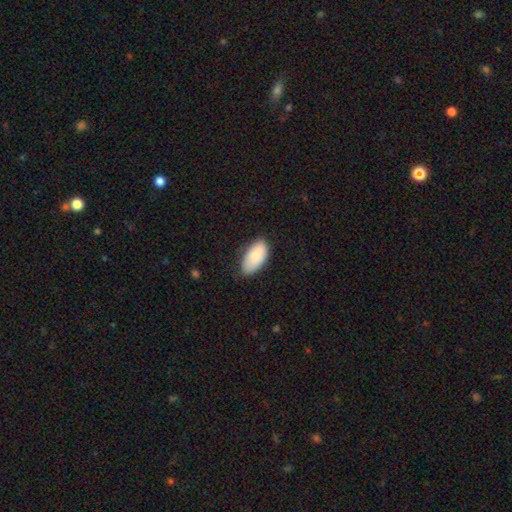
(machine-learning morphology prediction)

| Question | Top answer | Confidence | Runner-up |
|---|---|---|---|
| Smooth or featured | smooth | 86% | featured or disk (8%) |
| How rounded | in between | 95% | cigar-shaped (3%) |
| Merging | none | 75% | minor disturbance (21%) |